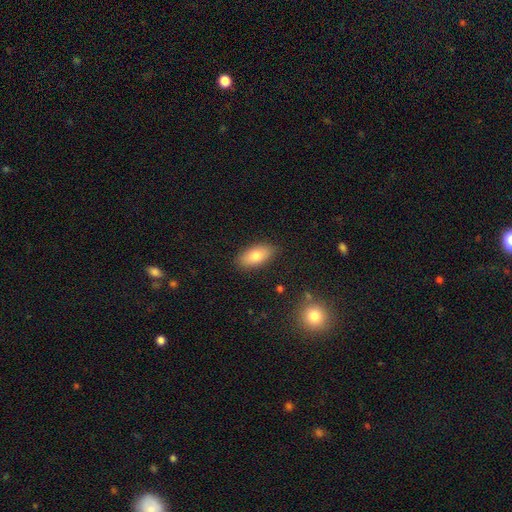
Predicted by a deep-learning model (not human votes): A smooth galaxy with no disk features (79%) that is in between round and cigar-shaped (89%). Merging: none (86%).